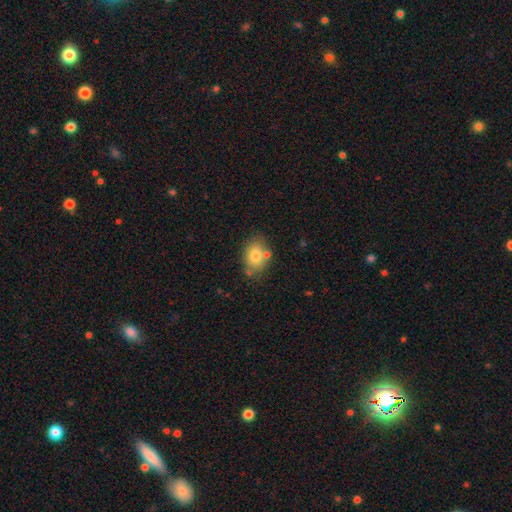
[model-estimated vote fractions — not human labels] Smooth or featured: smooth — 77% (featured or disk — 14%)
How rounded: in between — 72% (round — 27%)
Merging: none — 67% (minor disturbance — 18%)